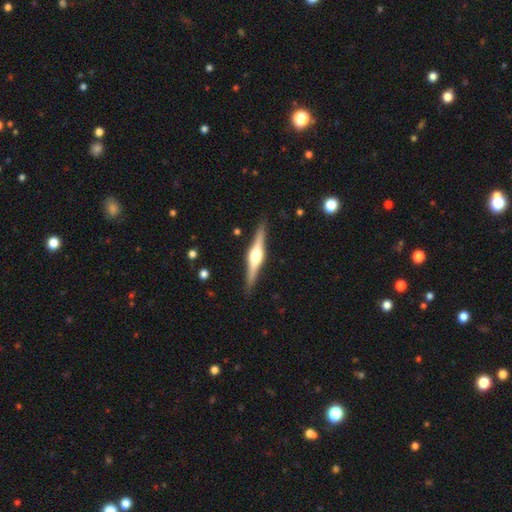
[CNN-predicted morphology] type=featured or disk (80%); edge-on=yes (98%); edge-on bulge=rounded (92%); merging=none (90%).